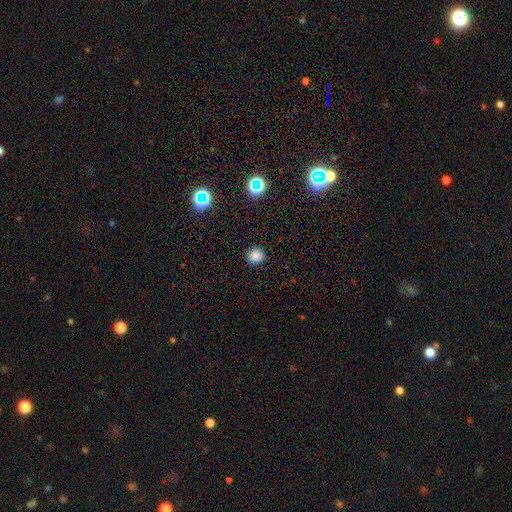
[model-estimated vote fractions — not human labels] Smooth or featured: smooth — 83% (star or artifact — 13%)
How rounded: round — 91% (in between — 8%)
Merging: none — 90% (minor disturbance — 6%)